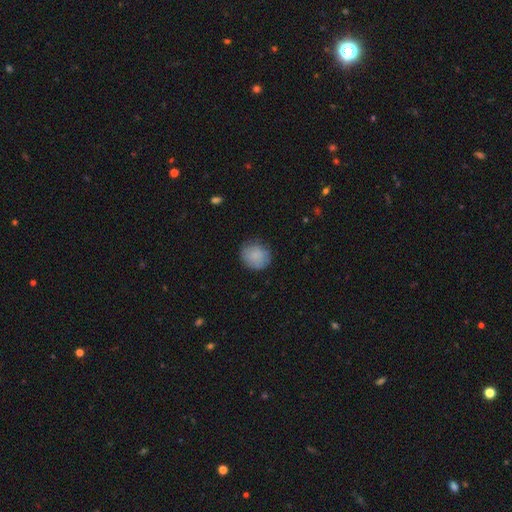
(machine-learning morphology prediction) Overall: smooth (84%). How rounded: round (79%). Merging: none (77%).